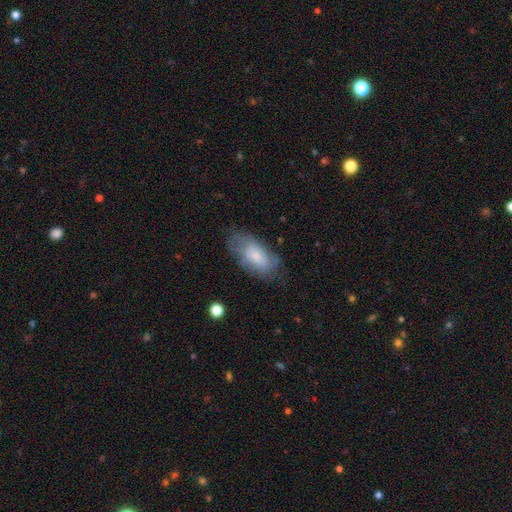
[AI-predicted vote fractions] Smooth or featured?
  - smooth: 67% *
  - featured or disk: 25%
  - star or artifact: 7%
How rounded?
  - in between: 92% *
  - cigar-shaped: 5%
  - round: 3%
Merging?
  - none: 61% *
  - minor disturbance: 26%
  - major disturbance: 11%
  - merger: 2%